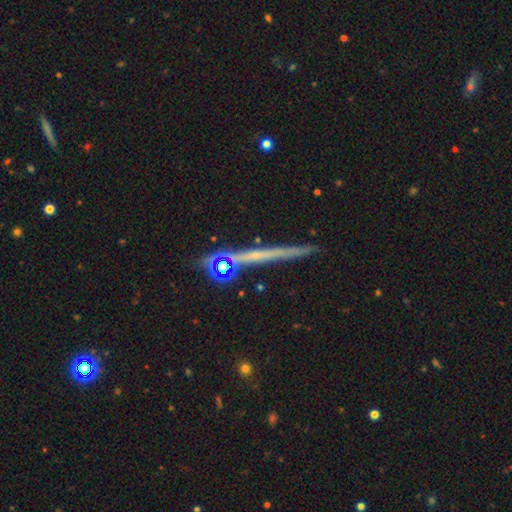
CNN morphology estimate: A featured or disk galaxy (52%) viewed edge-on (96%) with no central bulge (90%). Merging: none (86%).